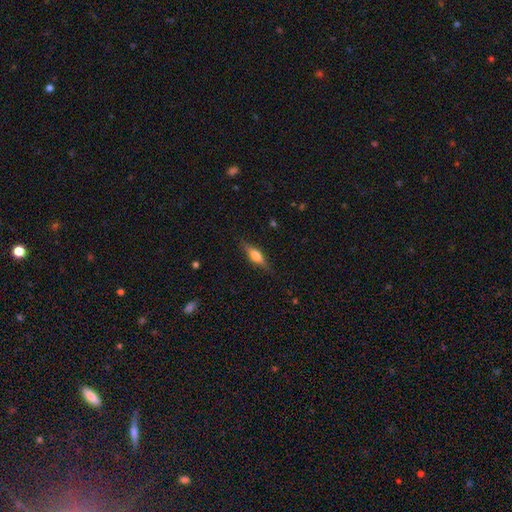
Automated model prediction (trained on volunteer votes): A featured or disk galaxy (50%). Merging: none (85%).